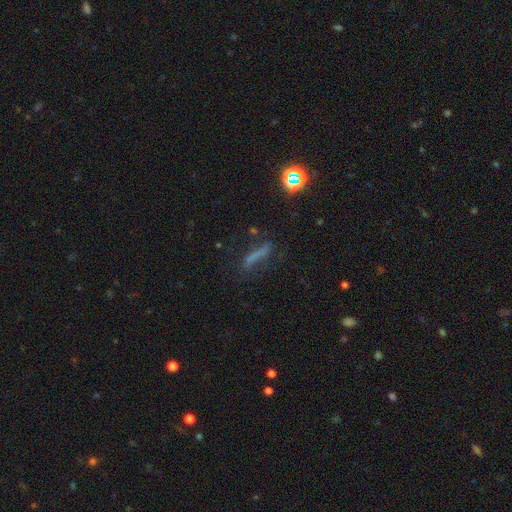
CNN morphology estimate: Q: Smooth or featured?
A: smooth (46%); runner-up: featured or disk (31%)
Q: Merging?
A: none (65%); runner-up: minor disturbance (19%)